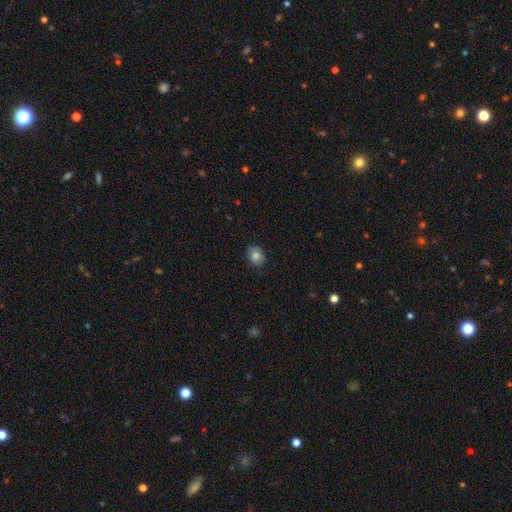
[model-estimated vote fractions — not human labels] Smooth or featured?
  - smooth: 84% *
  - star or artifact: 10%
  - featured or disk: 6%
How rounded?
  - round: 57% *
  - in between: 42%
  - cigar-shaped: 1%
Merging?
  - none: 83% *
  - minor disturbance: 13%
  - major disturbance: 2%
  - merger: 1%